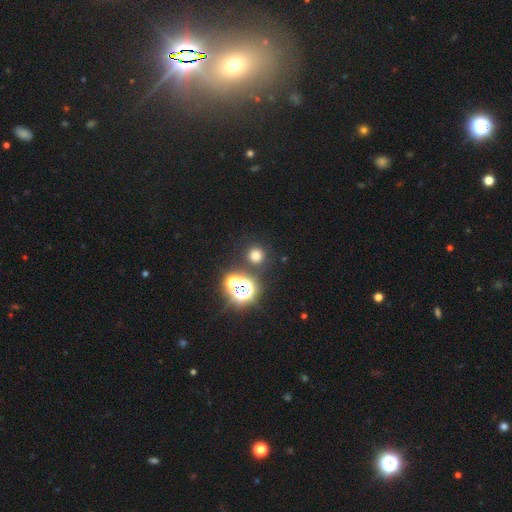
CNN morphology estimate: Smooth or featured? smooth (65%)
How rounded? round (93%)
Merging? none (85%)